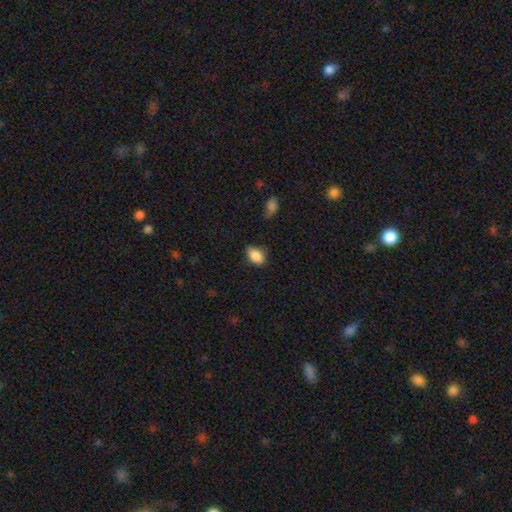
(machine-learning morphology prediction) Smooth or featured?
  - smooth: 88% *
  - star or artifact: 8%
  - featured or disk: 5%
How rounded?
  - in between: 86% *
  - round: 12%
  - cigar-shaped: 2%
Merging?
  - none: 78% *
  - minor disturbance: 17%
  - major disturbance: 4%
  - merger: 2%